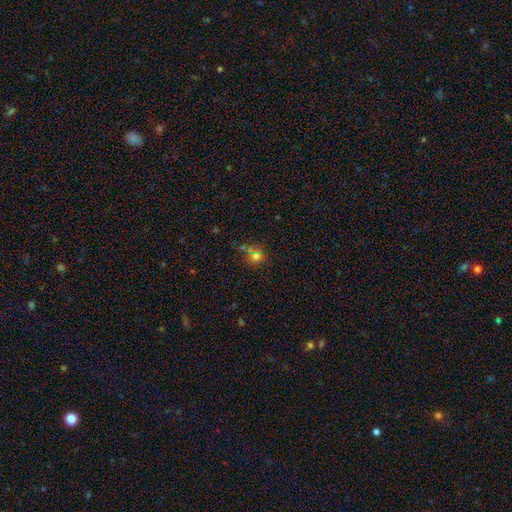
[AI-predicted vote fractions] Smooth or featured?
  - smooth: 73% *
  - star or artifact: 17%
  - featured or disk: 11%
How rounded?
  - round: 87% *
  - in between: 12%
  - cigar-shaped: 1%
Merging?
  - none: 59% *
  - merger: 23%
  - minor disturbance: 13%
  - major disturbance: 5%